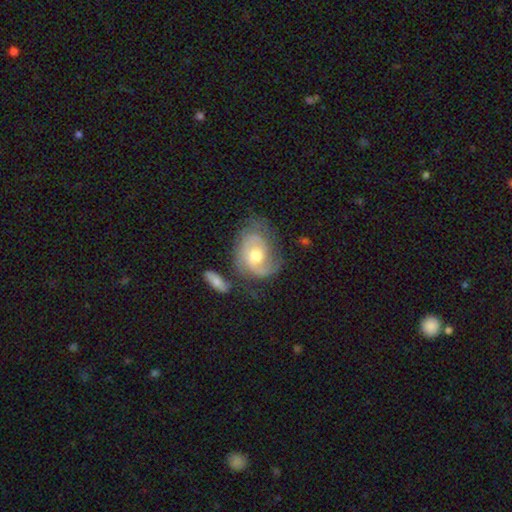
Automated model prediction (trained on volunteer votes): Morphology: type=featured or disk (75%); edge-on=no (96%); bar=no (68%); spiral arms=yes (87%); winding=medium (40%); arm count=2 (52%); bulge=moderate (74%); merging=none (45%).